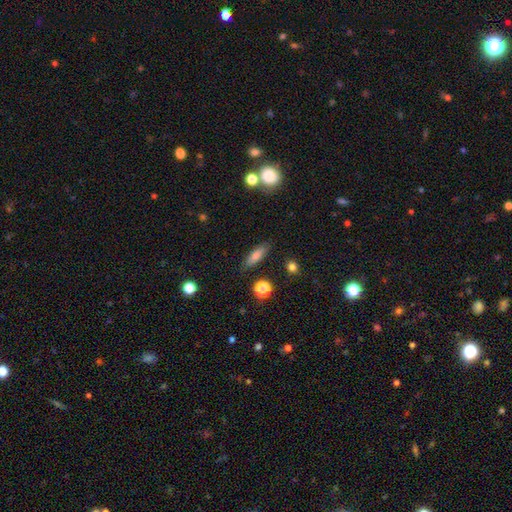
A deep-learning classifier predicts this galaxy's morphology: Smooth or featured? Predicted: smooth (p=0.77). How rounded? Predicted: cigar-shaped (p=0.50). Merging? Predicted: none (p=0.85).